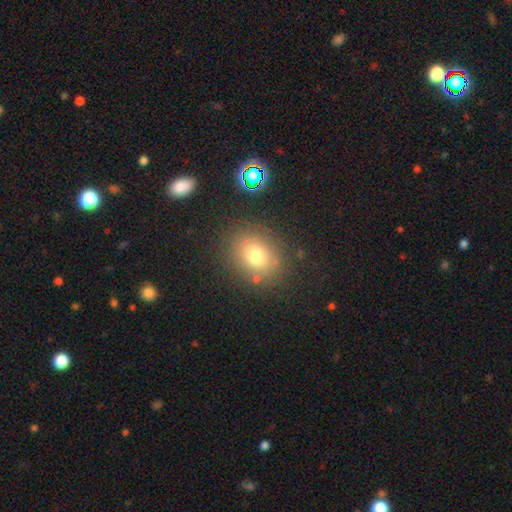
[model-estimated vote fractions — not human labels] smooth 74%, star or artifact 15%, featured or disk 11%. Down the decision tree: how rounded — round (53%); merging — none (82%).